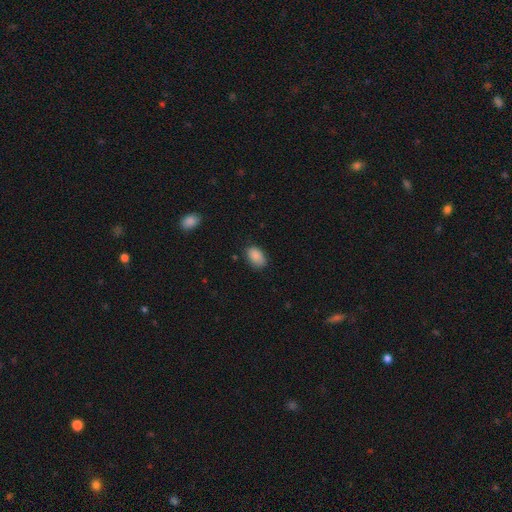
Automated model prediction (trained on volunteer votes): smooth 87%, star or artifact 8%, featured or disk 5%. Down the decision tree: how rounded — in between (89%); merging — none (77%).